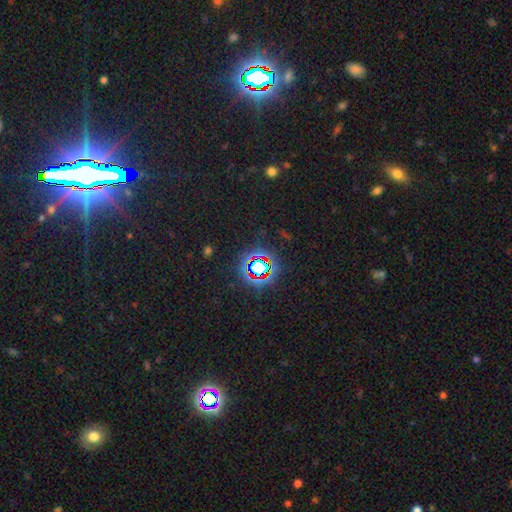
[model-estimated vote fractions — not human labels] Smooth or featured: star or artifact — 77% (smooth — 15%)